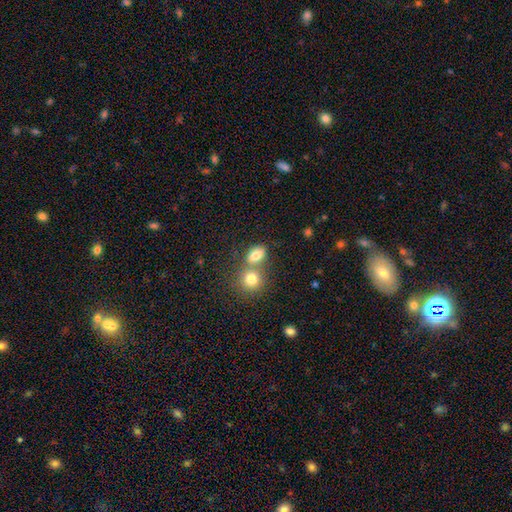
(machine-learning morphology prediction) A smooth galaxy with no disk features (79%) that is in between round and cigar-shaped (71%).

Vote fractions:
- Smooth or featured? smooth: 79% / star or artifact: 11% / featured or disk: 10%
- How rounded? in between: 71% / round: 27% / cigar-shaped: 2%
- Merging? merger: 44% / none: 41% / minor disturbance: 10% / major disturbance: 5%